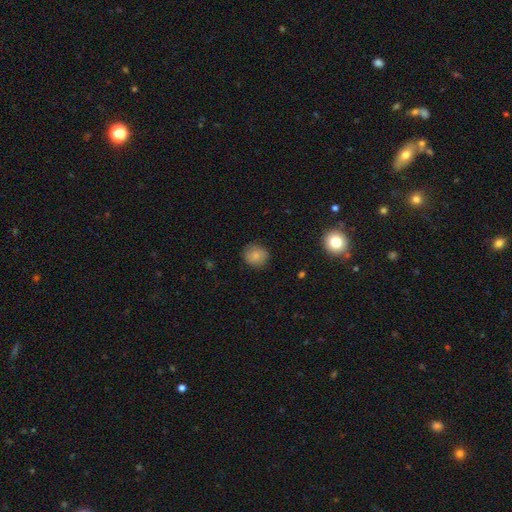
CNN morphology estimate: Overall: smooth (83%). How rounded: round (84%). Merging: none (85%).